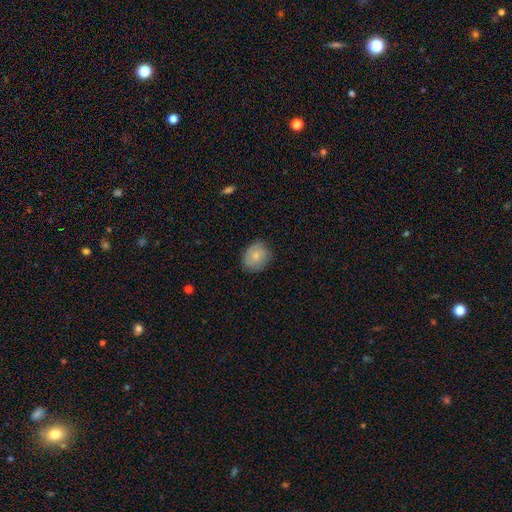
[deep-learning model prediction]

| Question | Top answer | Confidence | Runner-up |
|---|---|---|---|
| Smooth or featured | smooth | 73% | featured or disk (20%) |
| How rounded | round | 62% | in between (37%) |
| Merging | none | 79% | minor disturbance (16%) |